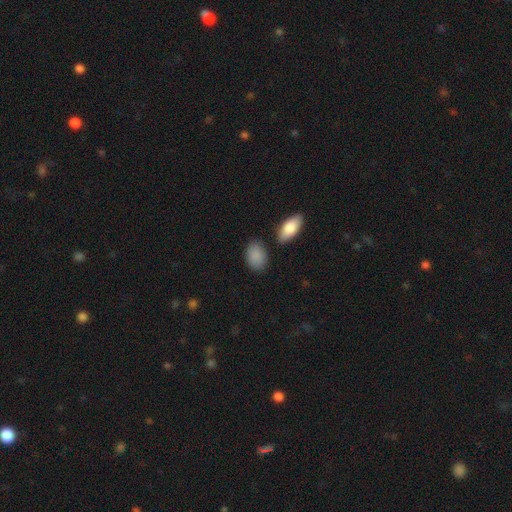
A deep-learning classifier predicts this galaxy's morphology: Smooth or featured: smooth — 89% (star or artifact — 6%)
How rounded: in between — 85% (round — 13%)
Merging: none — 77% (minor disturbance — 15%)